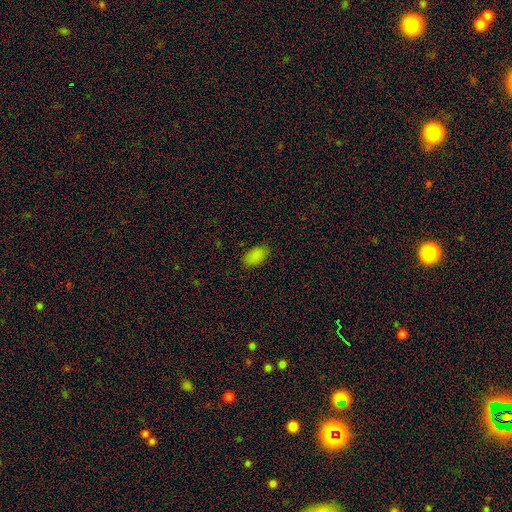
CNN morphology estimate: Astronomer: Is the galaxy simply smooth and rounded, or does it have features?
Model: smooth — 85%.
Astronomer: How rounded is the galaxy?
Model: in between — 94%.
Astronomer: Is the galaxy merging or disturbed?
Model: none — 84%.